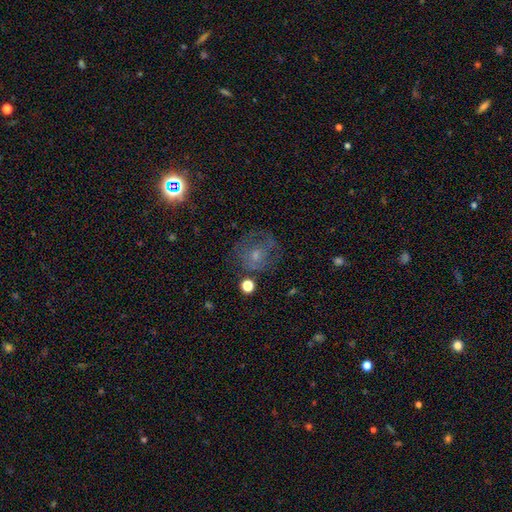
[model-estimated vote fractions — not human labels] Q: Smooth or featured?
A: featured or disk (44%); runner-up: smooth (38%)
Q: Merging?
A: none (61%); runner-up: minor disturbance (19%)